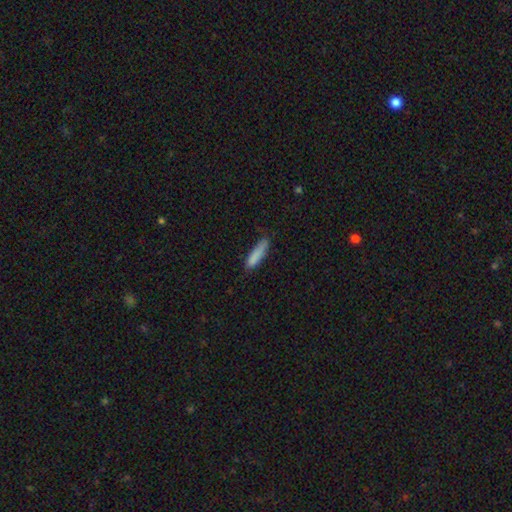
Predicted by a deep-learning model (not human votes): Q: Smooth or featured?
A: smooth (85%); runner-up: featured or disk (8%)
Q: How rounded?
A: cigar-shaped (75%); runner-up: in between (23%)
Q: Merging?
A: none (68%); runner-up: minor disturbance (26%)